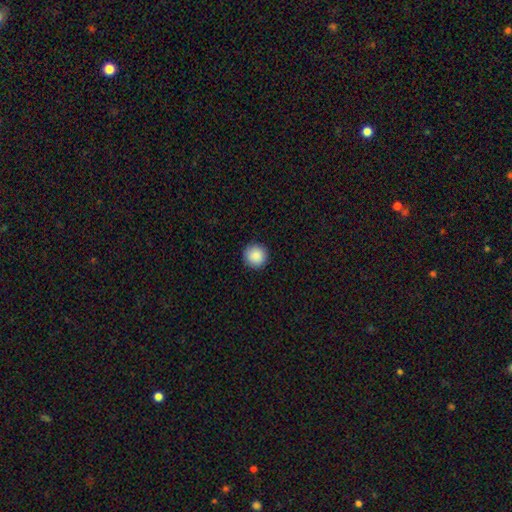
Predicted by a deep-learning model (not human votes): Smooth or featured? Predicted: smooth (p=0.89). How rounded? Predicted: round (p=0.96). Merging? Predicted: none (p=0.92).